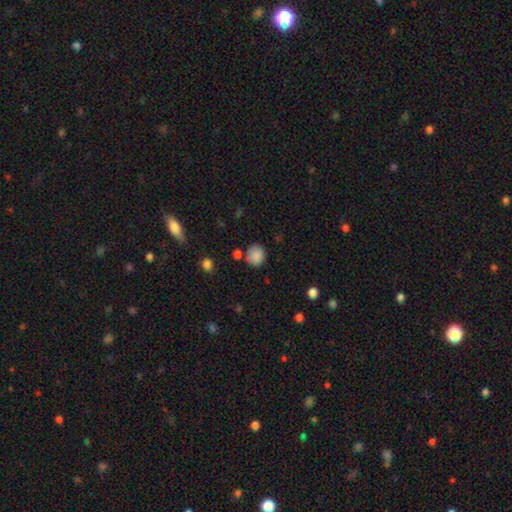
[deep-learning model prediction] Smooth or featured?
  - smooth: 86% *
  - star or artifact: 9%
  - featured or disk: 5%
How rounded?
  - round: 81% *
  - in between: 18%
  - cigar-shaped: 1%
Merging?
  - none: 74% *
  - minor disturbance: 14%
  - merger: 8%
  - major disturbance: 4%